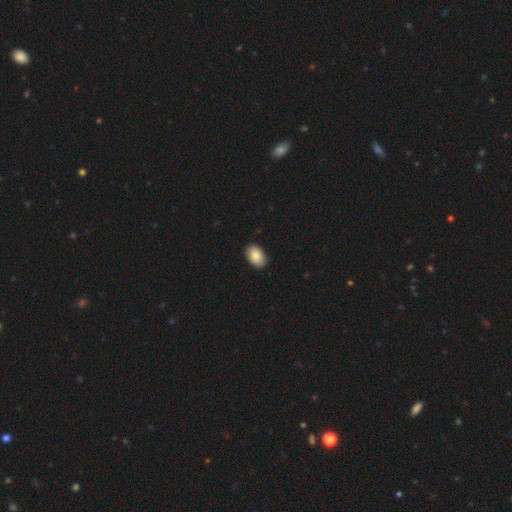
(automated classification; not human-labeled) The model was most divided on "how rounded": in between: 88%, round: 10%, cigar-shaped: 1%. More confident: merging — none (89%); smooth or featured — smooth (87%).